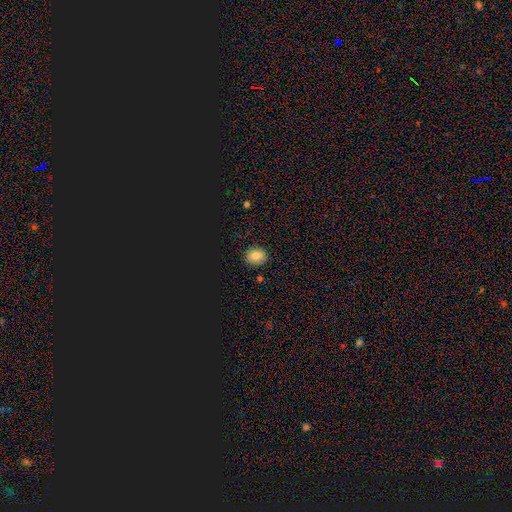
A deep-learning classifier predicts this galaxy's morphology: A smooth galaxy with no disk features (78%) that is round (64%).

Vote fractions:
- Smooth or featured? smooth: 78% / star or artifact: 15% / featured or disk: 6%
- How rounded? round: 64% / in between: 35% / cigar-shaped: 1%
- Merging? none: 86% / minor disturbance: 11% / major disturbance: 2% / merger: 2%